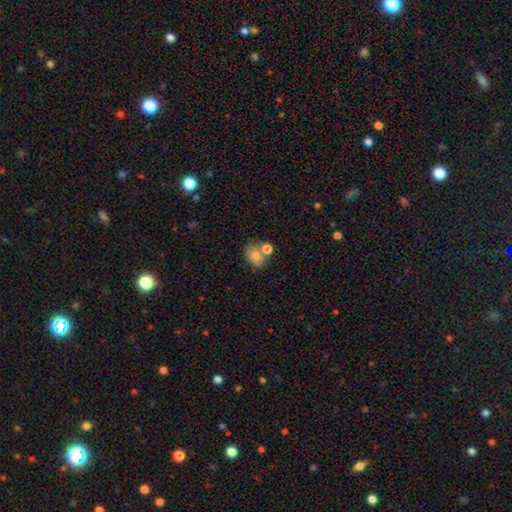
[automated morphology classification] A smooth galaxy with no disk features (75%) that is in between round and cigar-shaped (54%).

Vote fractions:
- Smooth or featured? smooth: 75% / featured or disk: 15% / star or artifact: 10%
- How rounded? in between: 54% / round: 45% / cigar-shaped: 1%
- Merging? none: 51% / merger: 32% / minor disturbance: 13% / major disturbance: 5%